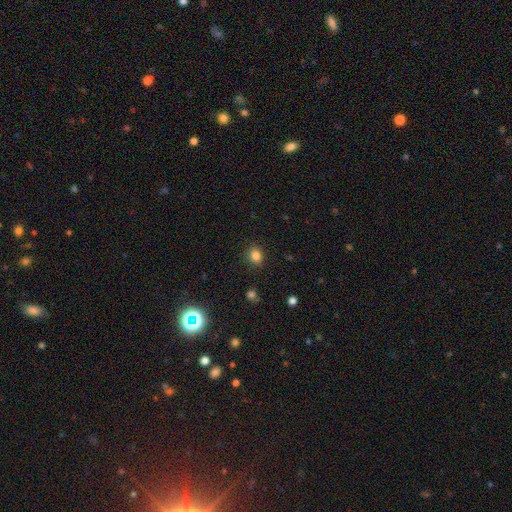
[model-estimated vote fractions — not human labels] This appears to be a smooth galaxy with no disk features (82%) that is round (72%). Merging: none (88%).